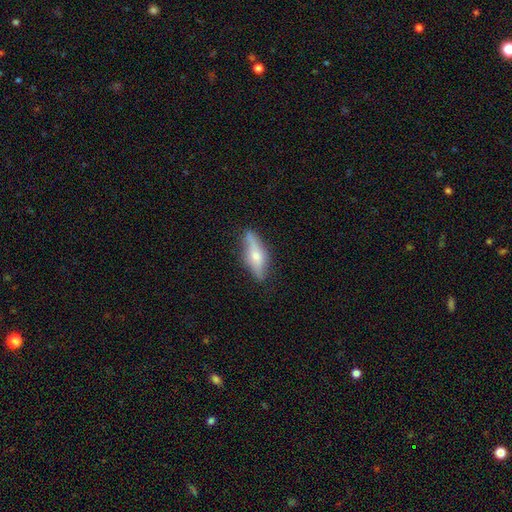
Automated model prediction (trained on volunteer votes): Smooth or featured?
  - featured or disk: 53% *
  - smooth: 40%
  - star or artifact: 6%
Edge-on disk?
  - yes: 78% *
  - no: 22%
Merging?
  - none: 76% *
  - minor disturbance: 18%
  - major disturbance: 4%
  - merger: 2%